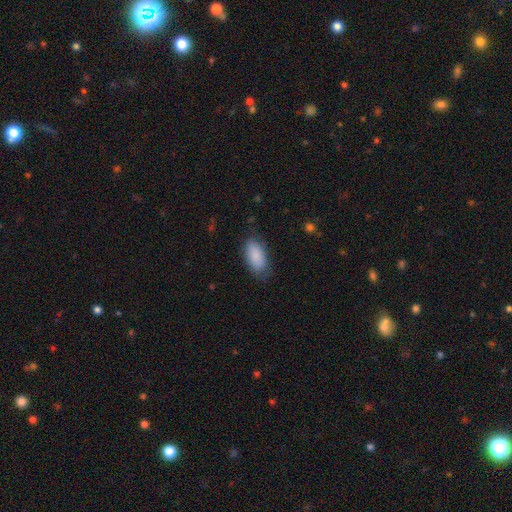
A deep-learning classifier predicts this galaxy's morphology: Smooth or featured? smooth (88%)
How rounded? in between (93%)
Merging? none (76%)